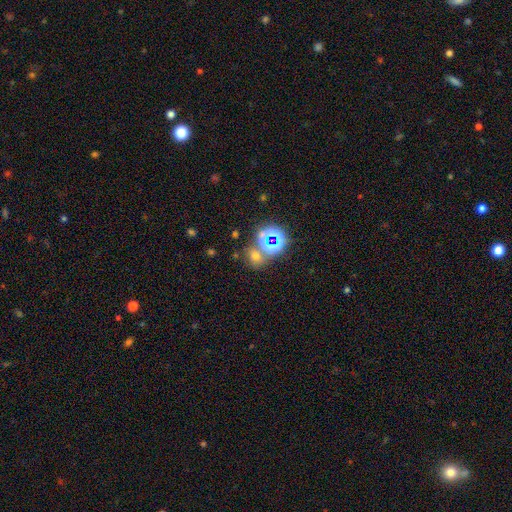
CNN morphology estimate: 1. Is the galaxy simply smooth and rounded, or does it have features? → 51% smooth, 40% star or artifact, 9% featured or disk.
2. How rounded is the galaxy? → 63% round, 36% in between, 1% cigar-shaped.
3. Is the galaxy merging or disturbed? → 63% none, 22% merger, 10% minor disturbance, 5% major disturbance.